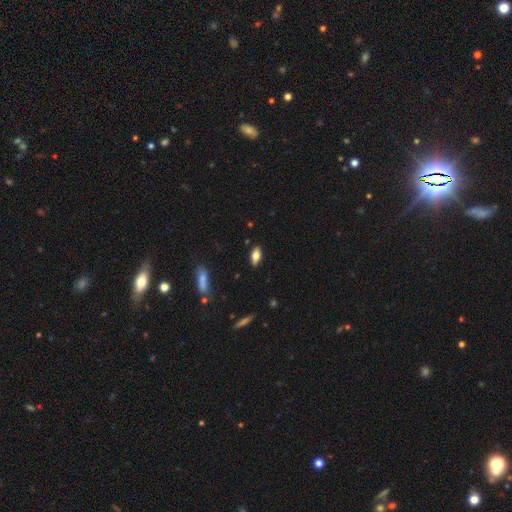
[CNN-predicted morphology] smooth 70%, featured or disk 22%, star or artifact 8%. Down the decision tree: how rounded — in between (83%); merging — none (86%).